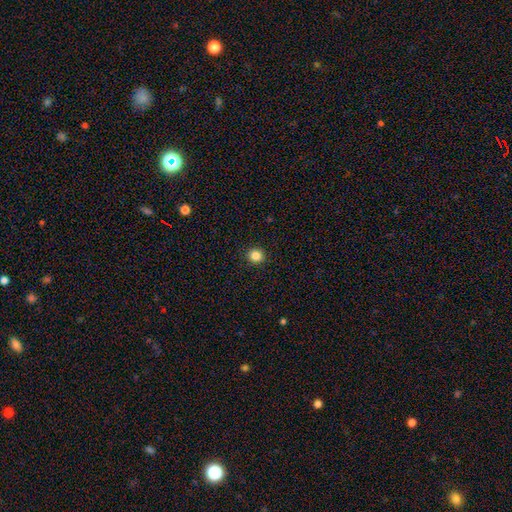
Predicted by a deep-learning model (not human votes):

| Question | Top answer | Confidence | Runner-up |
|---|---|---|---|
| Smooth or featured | smooth | 85% | star or artifact (11%) |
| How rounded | round | 92% | in between (7%) |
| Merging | none | 93% | minor disturbance (5%) |